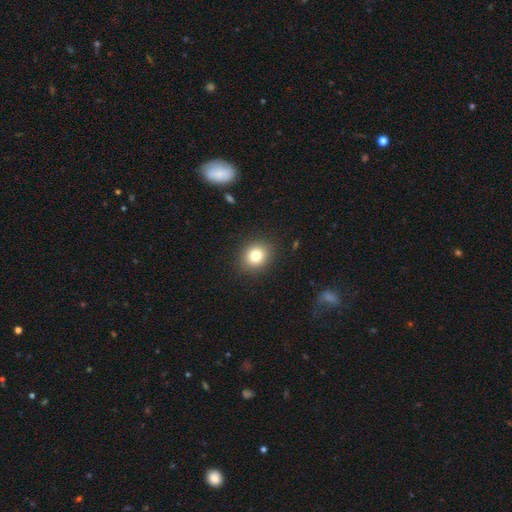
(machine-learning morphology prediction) smooth-or-featured: smooth: 80% | star or artifact: 11% | featured or disk: 9%
  how-rounded: round: 61% | in between: 38% | cigar-shaped: 1%
  merging: none: 89% | minor disturbance: 8% | major disturbance: 3% | merger: 1%